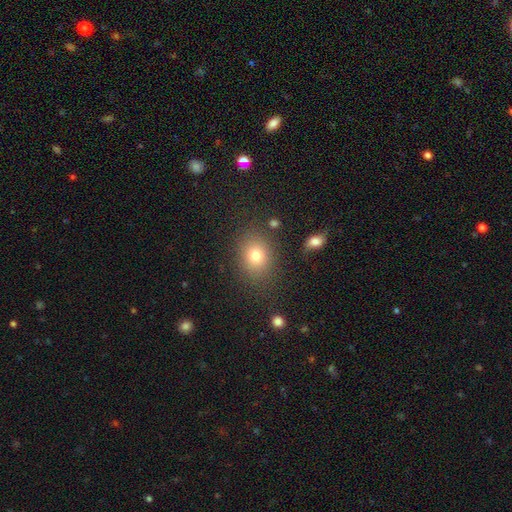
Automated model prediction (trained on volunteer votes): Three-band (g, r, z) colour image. It shows a smooth galaxy with no disk features (77%) that is in between round and cigar-shaped (50%). Merging: none (81%).